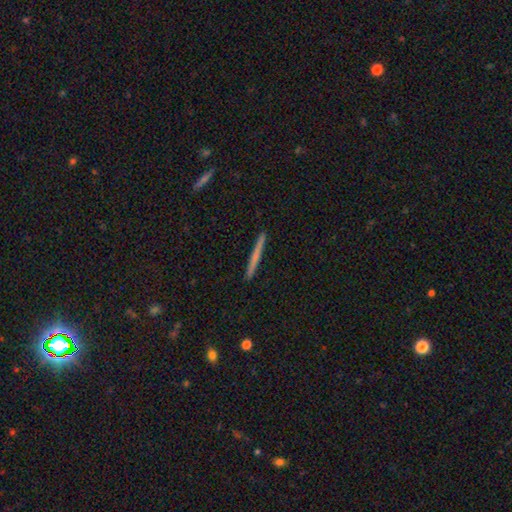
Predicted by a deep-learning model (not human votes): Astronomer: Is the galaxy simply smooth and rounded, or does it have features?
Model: smooth — 56% (runner-up: featured or disk, 38%).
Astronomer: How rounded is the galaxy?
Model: cigar-shaped — 97%.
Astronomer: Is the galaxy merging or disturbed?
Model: none — 93%.